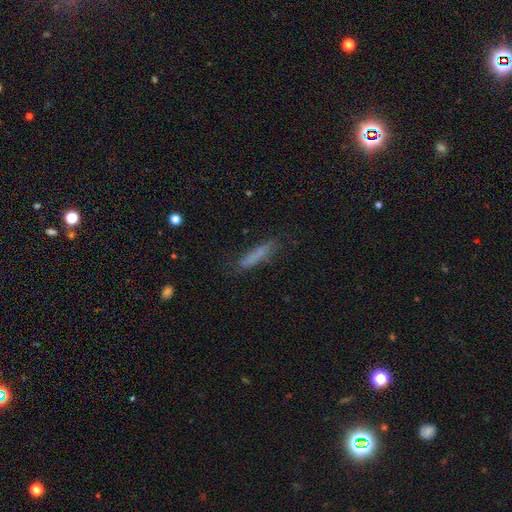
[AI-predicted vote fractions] Overall: smooth (72%). How rounded: cigar-shaped (85%). Merging: none (72%).